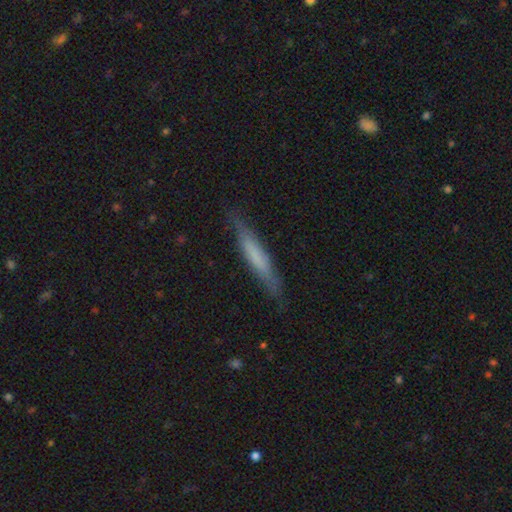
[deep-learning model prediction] The model was most divided on "smooth or featured": smooth: 57%, featured or disk: 37%, star or artifact: 6%. More confident: how rounded — cigar-shaped (93%); merging — none (83%).